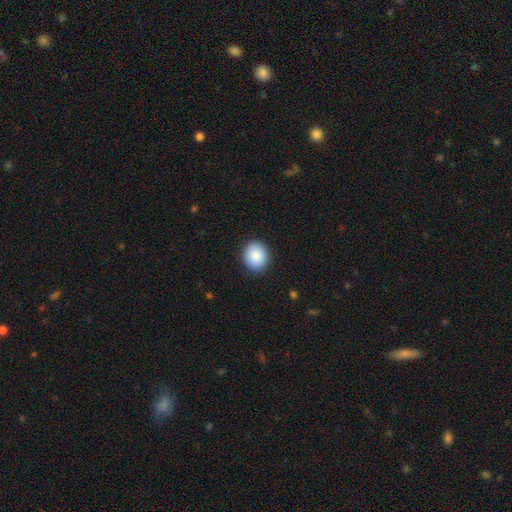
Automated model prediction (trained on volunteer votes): A smooth galaxy with no disk features (87%) that is round (81%). Merging: none (91%).